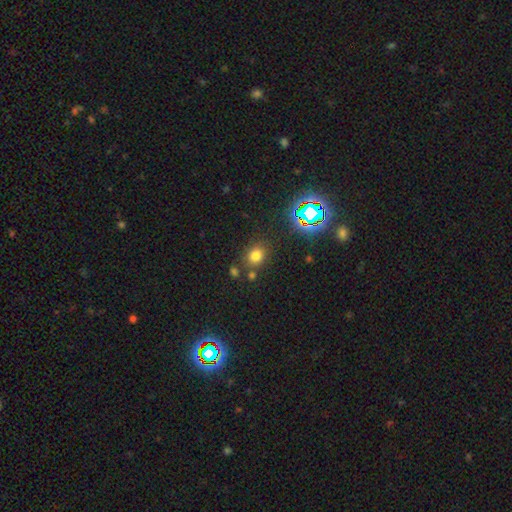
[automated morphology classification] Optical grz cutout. It shows a smooth galaxy with no disk features (71%) that is round (72%). Merging: none (77%).